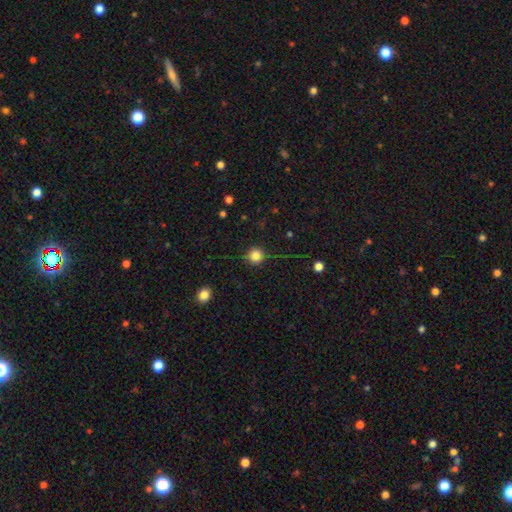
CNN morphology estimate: Smooth or featured: smooth — 82% (star or artifact — 12%)
How rounded: round — 93% (in between — 6%)
Merging: none — 86% (minor disturbance — 9%)